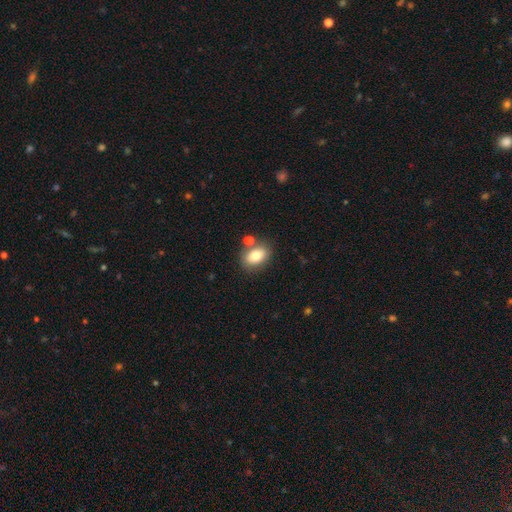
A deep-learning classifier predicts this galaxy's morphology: This appears to be a smooth galaxy with no disk features (80%) that is in between round and cigar-shaped (79%). Merging: none (68%).